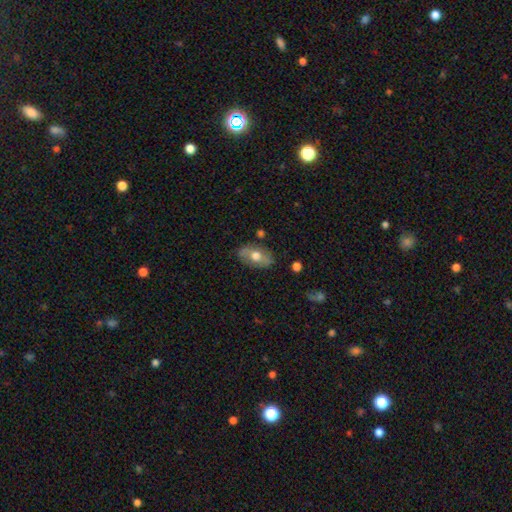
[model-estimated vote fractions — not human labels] A smooth galaxy with no disk features (56%) that is in between round and cigar-shaped (89%). Merging: none (79%).